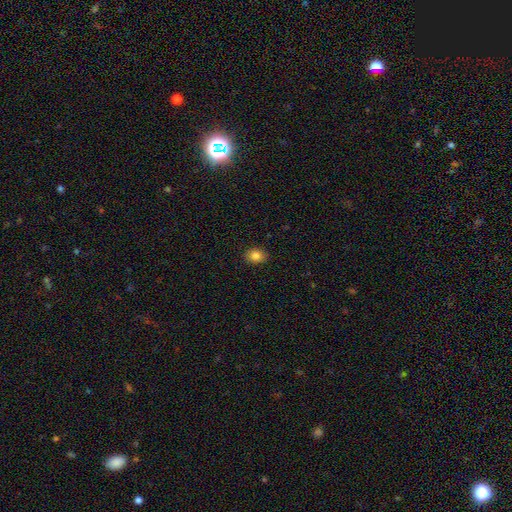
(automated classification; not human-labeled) Smooth or featured? smooth (83%)
How rounded? in between (63%)
Merging? none (89%)